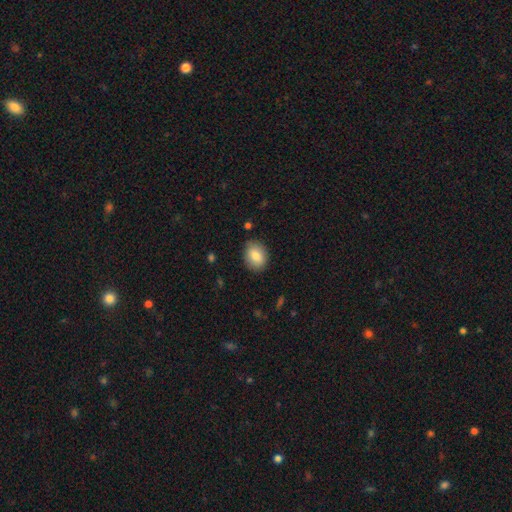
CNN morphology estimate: Q: Smooth or featured?
A: smooth (85%); runner-up: featured or disk (8%)
Q: How rounded?
A: in between (61%); runner-up: round (38%)
Q: Merging?
A: none (85%); runner-up: minor disturbance (12%)